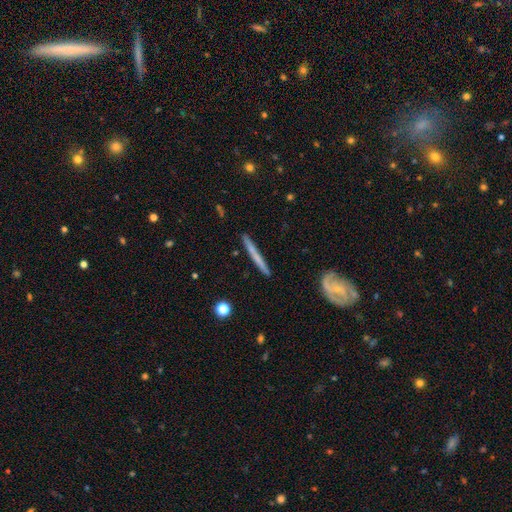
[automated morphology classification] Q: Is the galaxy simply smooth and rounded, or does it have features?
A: featured or disk — 50%.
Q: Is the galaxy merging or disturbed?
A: none — 90%.